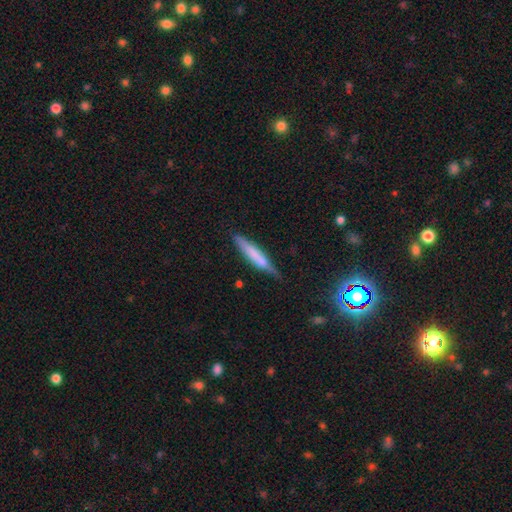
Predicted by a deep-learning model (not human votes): This appears to be a smooth galaxy with no disk features (60%) that is cigar-shaped (90%). Merging: none (68%).